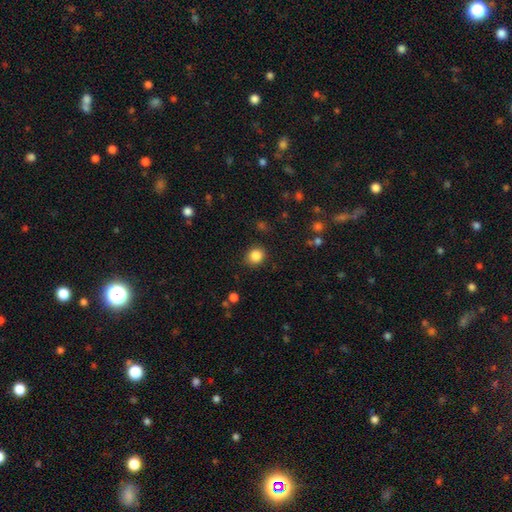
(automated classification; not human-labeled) Q: Smooth or featured?
A: smooth (85%); runner-up: star or artifact (11%)
Q: How rounded?
A: round (81%); runner-up: in between (19%)
Q: Merging?
A: none (88%); runner-up: minor disturbance (8%)